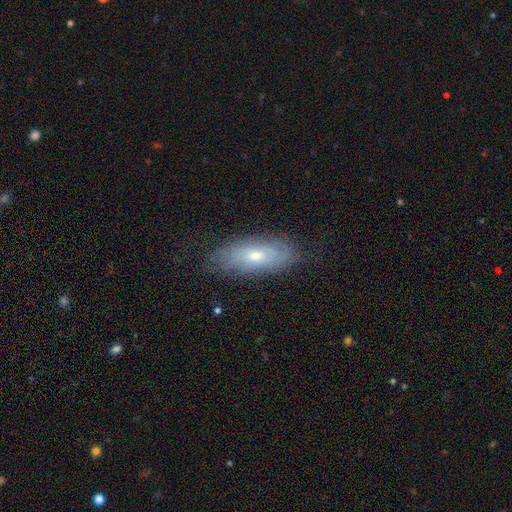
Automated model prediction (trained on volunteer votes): A featured or disk galaxy (48%).

Vote fractions:
- Smooth or featured? featured or disk: 48% / smooth: 44% / star or artifact: 8%
- Merging? none: 77% / minor disturbance: 18% / major disturbance: 4% / merger: 1%